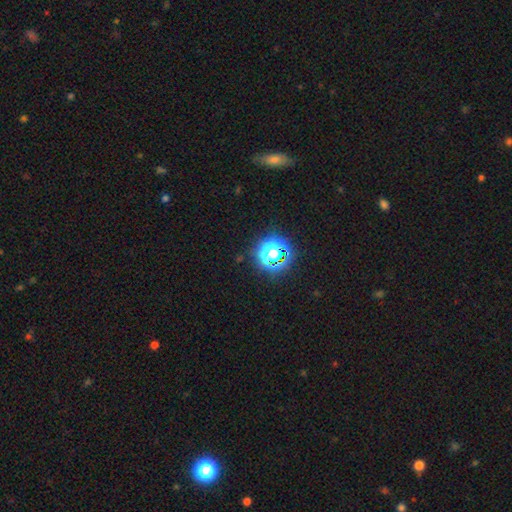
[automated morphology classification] Smooth or featured? Predicted: star or artifact (p=0.71).